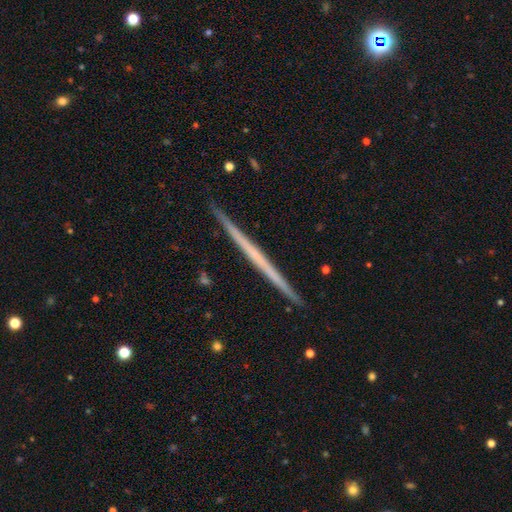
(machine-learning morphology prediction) Overall: featured or disk (64%; smooth 31%). Edge-on disk: yes (98%). Edge-on bulge: none (91%). Merging: none (92%).